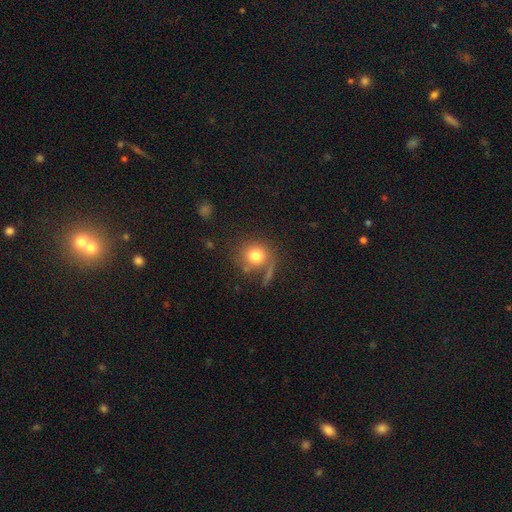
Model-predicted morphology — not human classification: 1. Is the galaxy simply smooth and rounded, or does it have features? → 77% smooth, 12% featured or disk, 11% star or artifact.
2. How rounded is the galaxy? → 87% round, 12% in between, 1% cigar-shaped.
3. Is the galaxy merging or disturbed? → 64% none, 15% minor disturbance, 10% major disturbance, 10% merger.